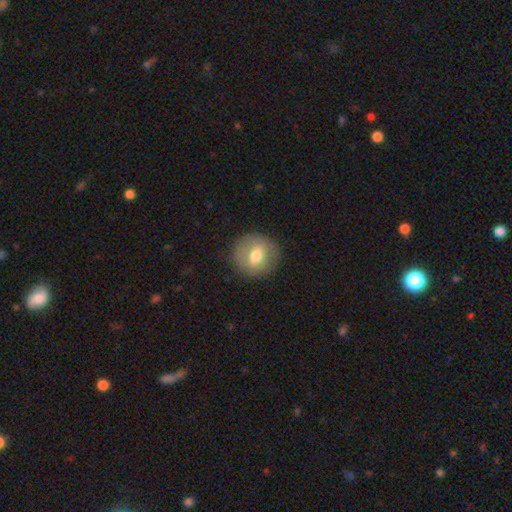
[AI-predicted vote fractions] Smooth or featured? Predicted: smooth (p=0.62). How rounded? Predicted: round (p=0.88). Merging? Predicted: none (p=0.86).